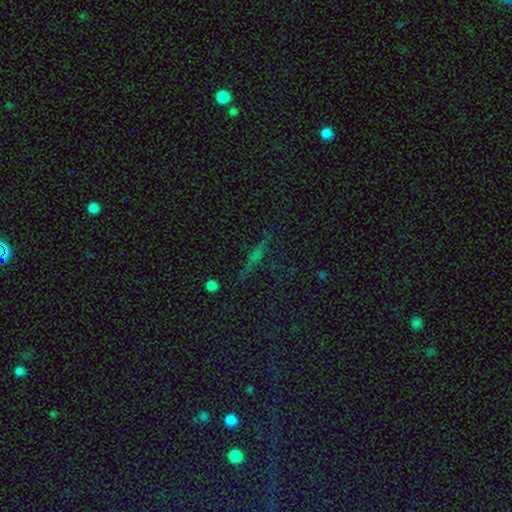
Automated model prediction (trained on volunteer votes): A featured or disk galaxy (50%) viewed edge-on (94%).

Vote fractions:
- Smooth or featured? featured or disk: 50% / star or artifact: 30% / smooth: 19%
- Edge-on disk? yes: 94% / no: 6%
- Merging? none: 89% / minor disturbance: 7% / major disturbance: 2% / merger: 2%